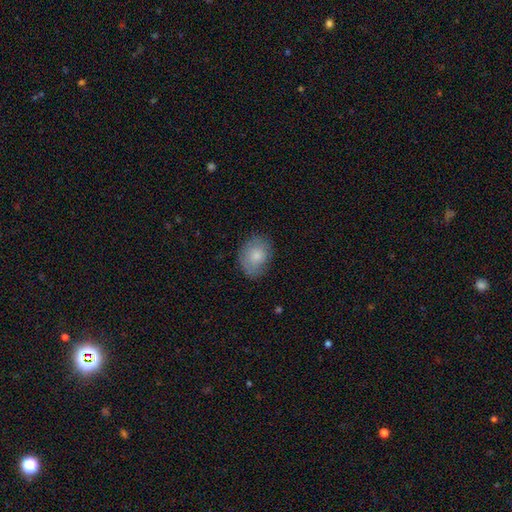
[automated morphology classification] Smooth or featured?
  - smooth: 80% *
  - featured or disk: 14%
  - star or artifact: 7%
How rounded?
  - in between: 64% *
  - round: 35%
  - cigar-shaped: 1%
Merging?
  - none: 76% *
  - minor disturbance: 19%
  - major disturbance: 4%
  - merger: 1%